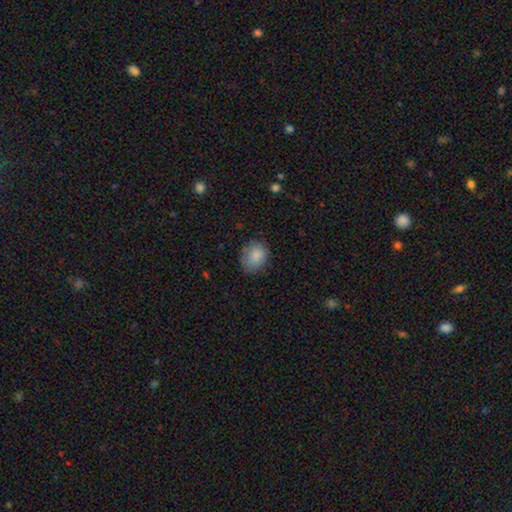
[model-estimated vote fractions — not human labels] Smooth or featured? smooth (86%)
How rounded? round (53%)
Merging? none (76%)